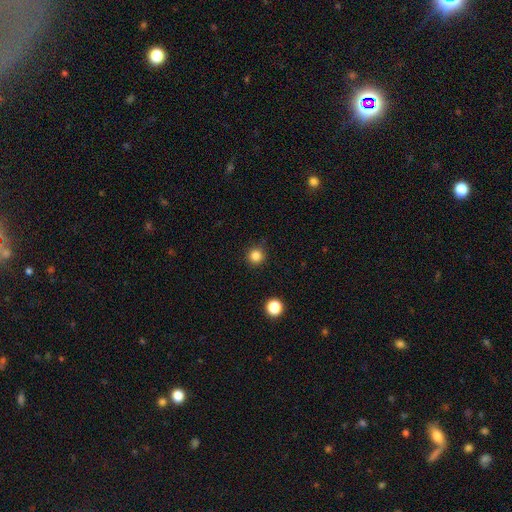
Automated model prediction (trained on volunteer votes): Morphology: type=smooth (84%); roundness=round (96%); merging=none (91%).